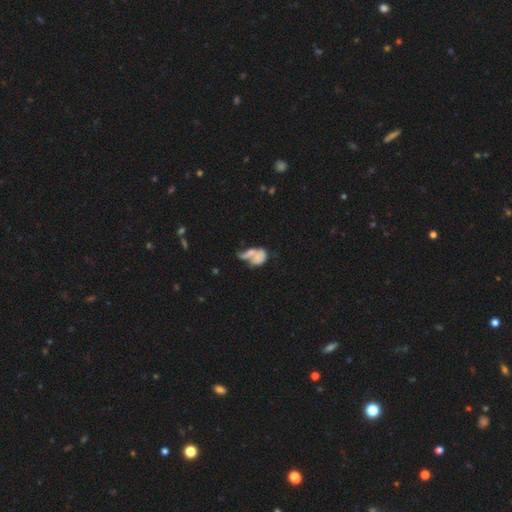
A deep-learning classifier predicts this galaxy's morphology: A smooth galaxy with no disk features (52%) that is in between round and cigar-shaped (77%). Merging: merger (55%).